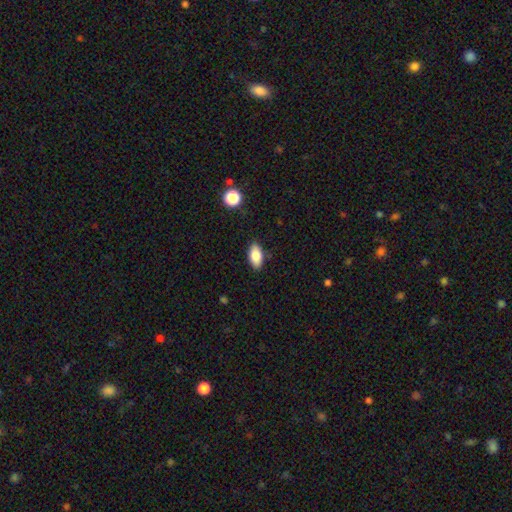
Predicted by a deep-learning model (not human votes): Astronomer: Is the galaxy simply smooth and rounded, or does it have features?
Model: smooth — 83%.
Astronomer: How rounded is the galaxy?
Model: in between — 91%.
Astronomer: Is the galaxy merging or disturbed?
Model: none — 86%.